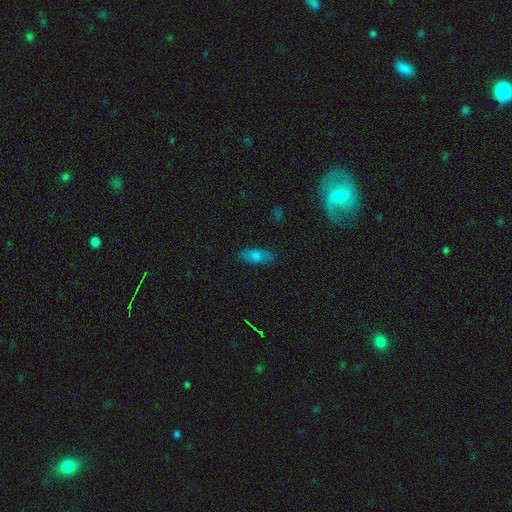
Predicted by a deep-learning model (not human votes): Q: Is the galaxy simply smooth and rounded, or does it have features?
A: smooth — 75%.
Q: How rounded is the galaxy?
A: in between — 76%.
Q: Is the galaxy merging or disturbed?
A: none — 83%.